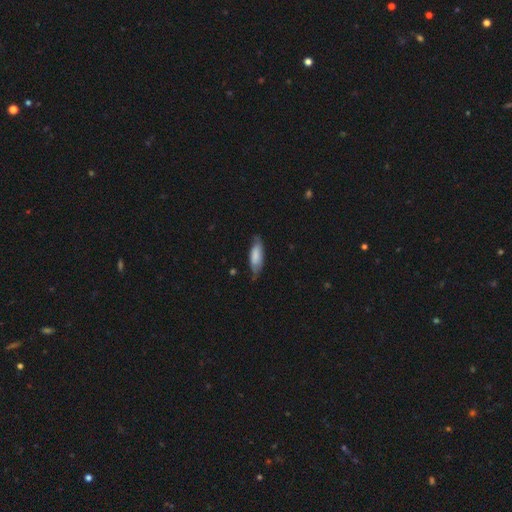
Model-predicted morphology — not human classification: Smooth or featured? Predicted: smooth (p=0.74). How rounded? Predicted: in between (p=0.66). Merging? Predicted: none (p=0.66).